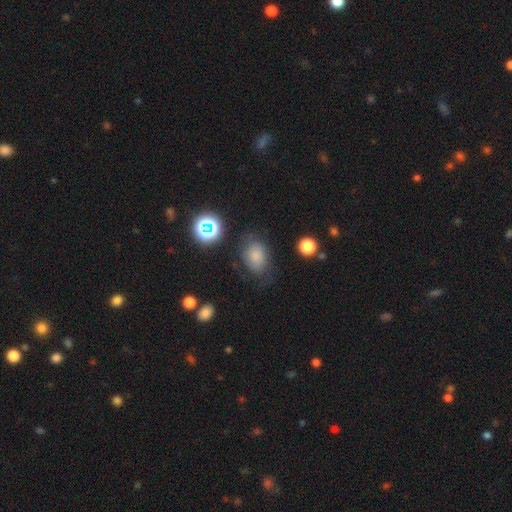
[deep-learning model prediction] Smooth or featured: smooth — 73% (star or artifact — 14%)
How rounded: in between — 77% (round — 22%)
Merging: none — 65% (minor disturbance — 23%)